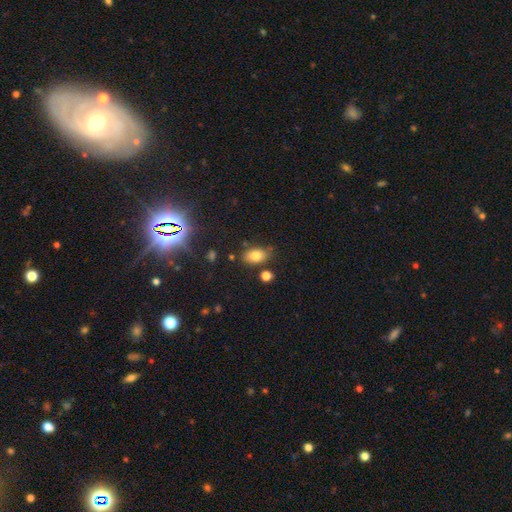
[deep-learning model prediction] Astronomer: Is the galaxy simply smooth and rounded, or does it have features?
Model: smooth — 79%.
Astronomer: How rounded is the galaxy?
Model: in between — 87%.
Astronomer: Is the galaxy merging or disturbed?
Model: none — 76%.